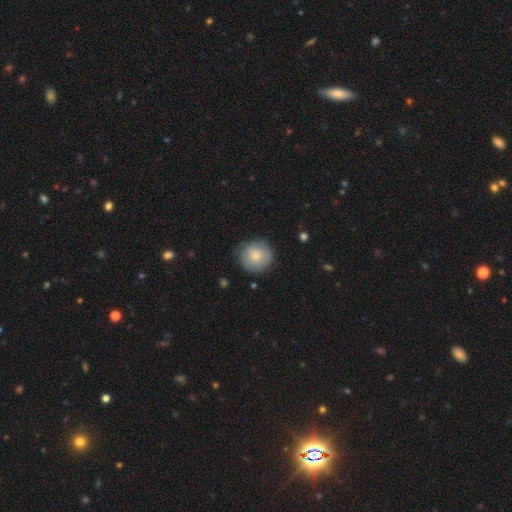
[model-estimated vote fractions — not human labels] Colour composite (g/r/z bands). It shows a smooth galaxy with no disk features (80%) that is round (93%). Merging: none (81%).